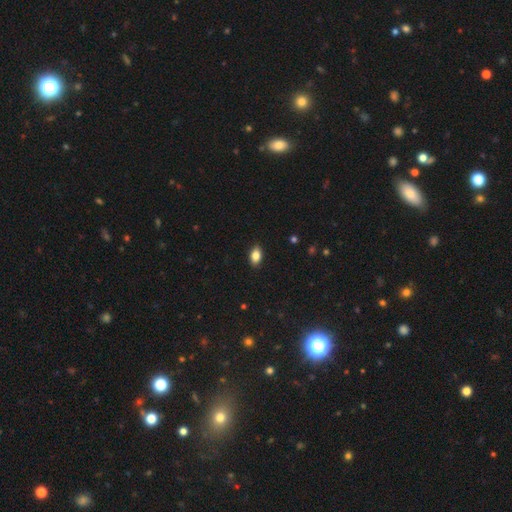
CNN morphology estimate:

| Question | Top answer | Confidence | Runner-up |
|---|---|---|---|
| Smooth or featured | smooth | 83% | featured or disk (8%) |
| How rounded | in between | 90% | round (8%) |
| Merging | none | 90% | minor disturbance (8%) |